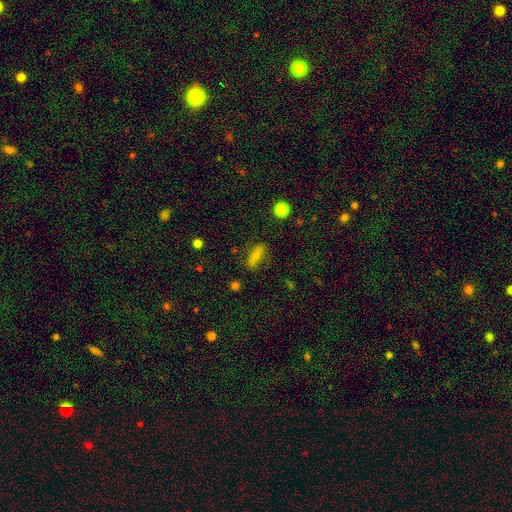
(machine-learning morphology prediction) Q: Smooth or featured?
A: smooth (70%); runner-up: featured or disk (20%)
Q: How rounded?
A: in between (51%); runner-up: cigar-shaped (44%)
Q: Merging?
A: none (83%); runner-up: minor disturbance (12%)